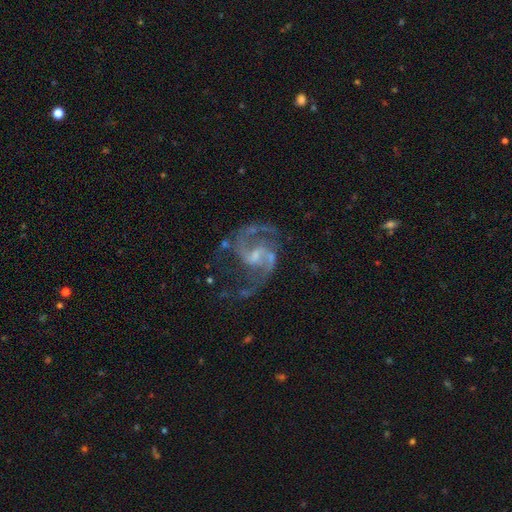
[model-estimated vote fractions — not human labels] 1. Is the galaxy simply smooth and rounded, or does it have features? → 91% featured or disk, 6% star or artifact, 3% smooth.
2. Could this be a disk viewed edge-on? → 98% no, 2% yes.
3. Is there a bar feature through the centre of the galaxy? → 56% weak, 28% no, 16% strong.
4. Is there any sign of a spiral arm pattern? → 97% yes, 3% no.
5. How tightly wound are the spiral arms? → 60% medium, 28% loose, 12% tight.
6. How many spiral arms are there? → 88% 2, 4% 3, 3% can't tell, 2% 1, 1% 4, 1% more than 4.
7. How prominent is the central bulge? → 53% small, 26% moderate, 19% none, 2% large, 1% dominant.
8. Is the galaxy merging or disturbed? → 59% none, 19% major disturbance, 18% minor disturbance, 4% merger.